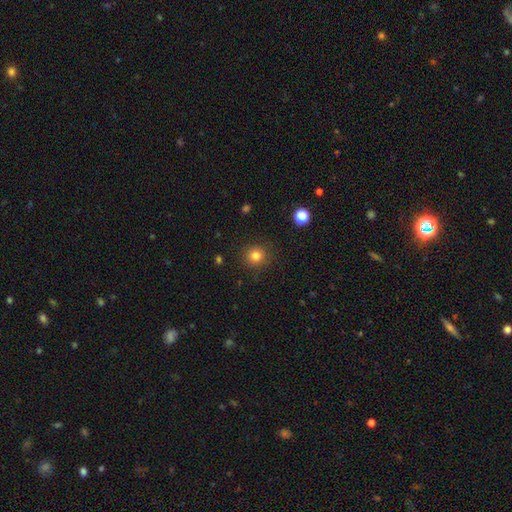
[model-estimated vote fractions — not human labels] Q: Smooth or featured?
A: smooth (82%); runner-up: star or artifact (12%)
Q: How rounded?
A: round (89%); runner-up: in between (10%)
Q: Merging?
A: none (88%); runner-up: minor disturbance (8%)